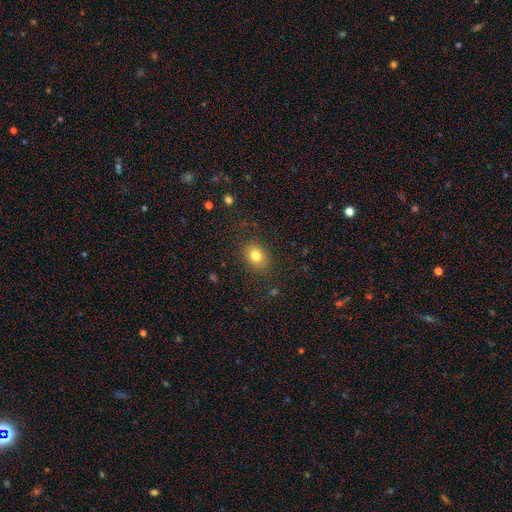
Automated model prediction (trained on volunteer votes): Smooth or featured?
  - smooth: 80% *
  - star or artifact: 11%
  - featured or disk: 9%
How rounded?
  - in between: 53% *
  - round: 46%
  - cigar-shaped: 1%
Merging?
  - none: 84% *
  - minor disturbance: 11%
  - major disturbance: 4%
  - merger: 1%